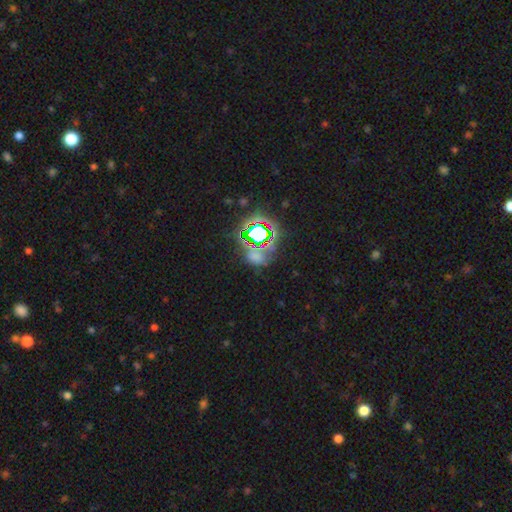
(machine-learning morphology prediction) Overall: star or artifact (68%).